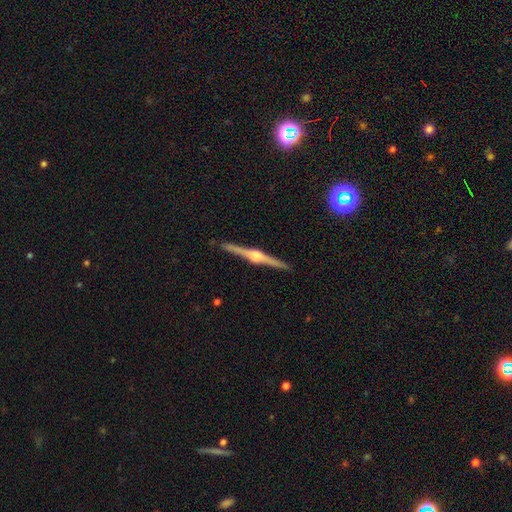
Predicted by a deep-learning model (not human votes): smooth_or_featured: featured or disk (p=0.87) [alt: smooth p=0.08]
disk_edge_on: yes (p=0.99) [alt: no p=0.01]
edge_on_bulge: rounded (p=0.89) [alt: boxy p=0.08]
merging: none (p=0.93) [alt: minor disturbance p=0.05]